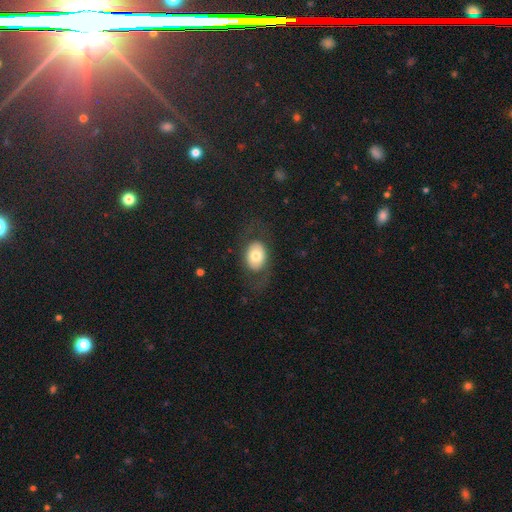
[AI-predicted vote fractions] Q: Smooth or featured?
A: smooth (64%); runner-up: featured or disk (29%)
Q: How rounded?
A: in between (79%); runner-up: round (20%)
Q: Merging?
A: none (74%); runner-up: minor disturbance (13%)